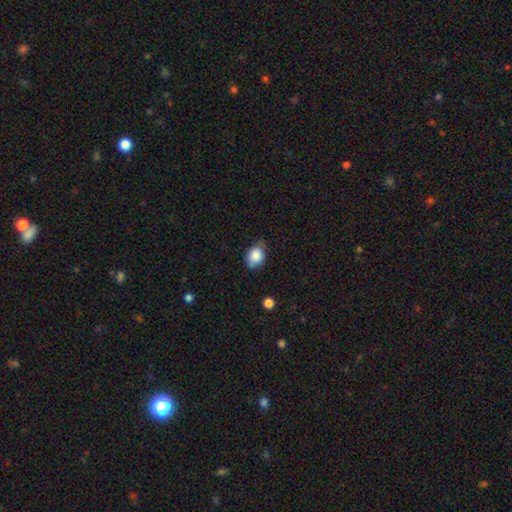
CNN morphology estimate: A smooth galaxy with no disk features (84%) that is in between round and cigar-shaped (57%). Merging: none (60%).